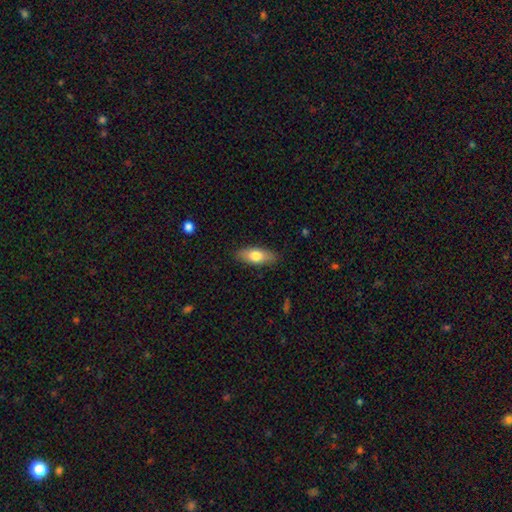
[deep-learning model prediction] A smooth galaxy with no disk features (73%) that is in between round and cigar-shaped (76%).

Vote fractions:
- Smooth or featured? smooth: 73% / featured or disk: 21% / star or artifact: 6%
- How rounded? in between: 76% / cigar-shaped: 21% / round: 3%
- Merging? none: 86% / minor disturbance: 10% / major disturbance: 2% / merger: 1%